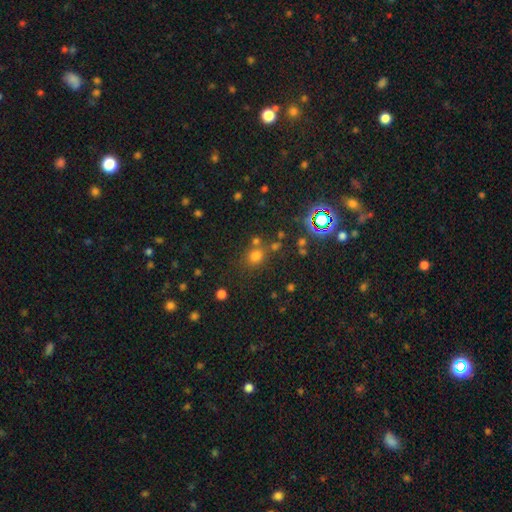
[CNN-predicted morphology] smooth-or-featured: smooth: 65% | star or artifact: 28% | featured or disk: 7%
  how-rounded: round: 81% | in between: 18% | cigar-shaped: 1%
  merging: none: 69% | merger: 15% | minor disturbance: 11% | major disturbance: 5%